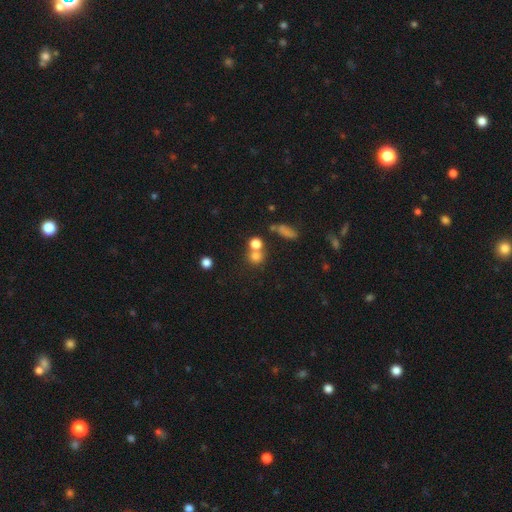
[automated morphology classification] smooth_or_featured: smooth (p=0.73) [alt: star or artifact p=0.17]
how_rounded: round (p=0.85) [alt: in between p=0.14]
merging: none (p=0.49) [alt: merger p=0.39]